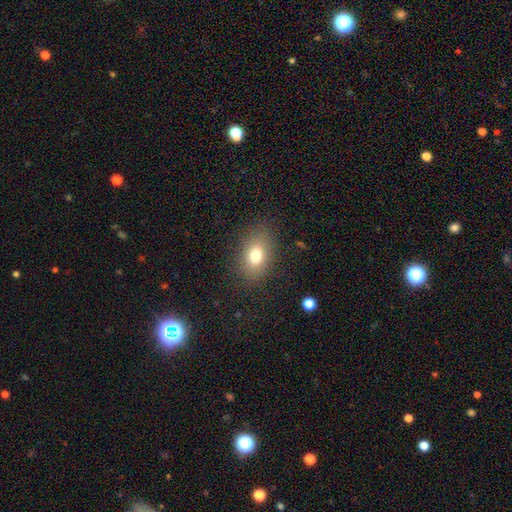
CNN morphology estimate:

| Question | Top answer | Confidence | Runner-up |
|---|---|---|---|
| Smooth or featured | smooth | 76% | featured or disk (12%) |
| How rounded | in between | 78% | round (21%) |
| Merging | none | 84% | minor disturbance (11%) |